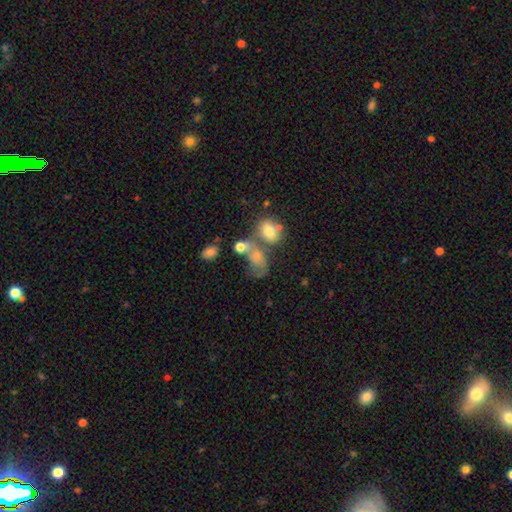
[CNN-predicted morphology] The model was most divided on "merging": merger: 38%, none: 27%, major disturbance: 18%, minor disturbance: 17%. More confident: how rounded — in between (71%); smooth or featured — smooth (66%).